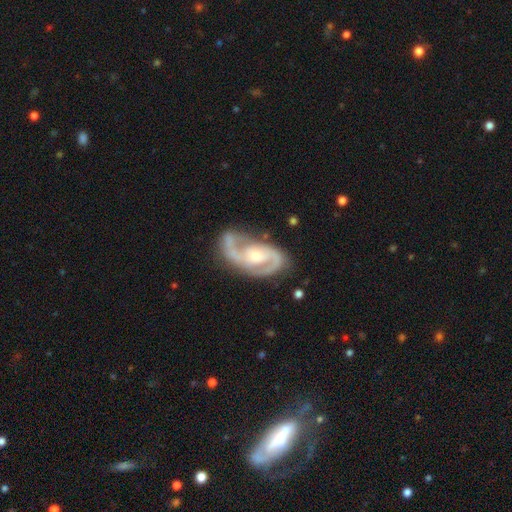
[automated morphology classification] Smooth or featured?
  - featured or disk: 90% *
  - smooth: 5%
  - star or artifact: 4%
Edge-on disk?
  - no: 97% *
  - yes: 3%
Bar?
  - no: 52% *
  - weak: 37%
  - strong: 11%
Spiral arms?
  - yes: 97% *
  - no: 3%
Spiral winding?
  - medium: 54% *
  - tight: 30%
  - loose: 16%
Spiral arm count?
  - 2: 88% *
  - 1: 4%
  - can't tell: 4%
  - 3: 2%
  - 4: 1%
  - more than 4: 1%
Bulge size?
  - moderate: 57% *
  - small: 33%
  - large: 6%
  - none: 3%
  - dominant: 1%
Merging?
  - none: 68% *
  - minor disturbance: 19%
  - major disturbance: 9%
  - merger: 3%